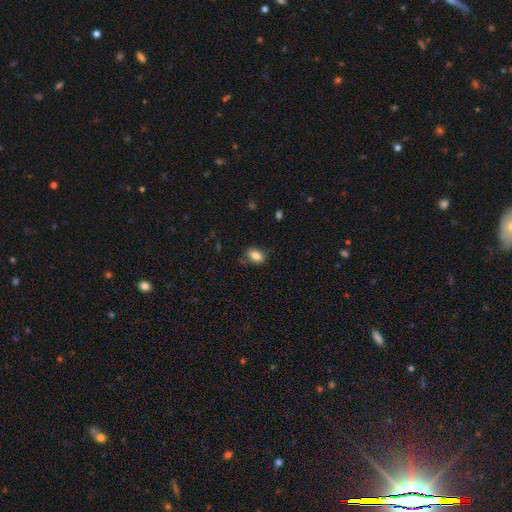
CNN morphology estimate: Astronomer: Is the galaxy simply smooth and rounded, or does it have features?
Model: smooth — 82%.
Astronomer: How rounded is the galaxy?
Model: in between — 83%.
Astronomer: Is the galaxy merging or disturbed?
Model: none — 76%.